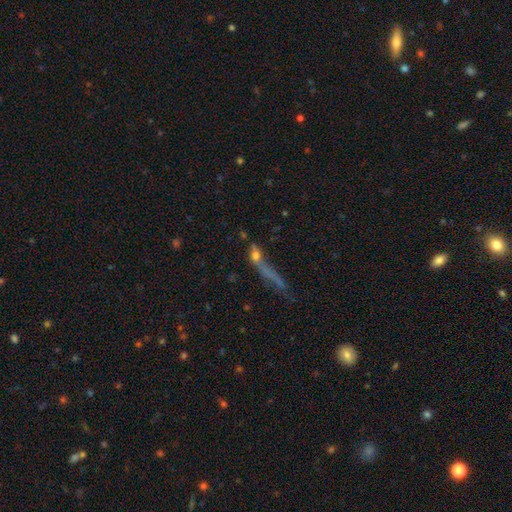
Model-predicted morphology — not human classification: type=smooth (47%); merging=major disturbance (35%).